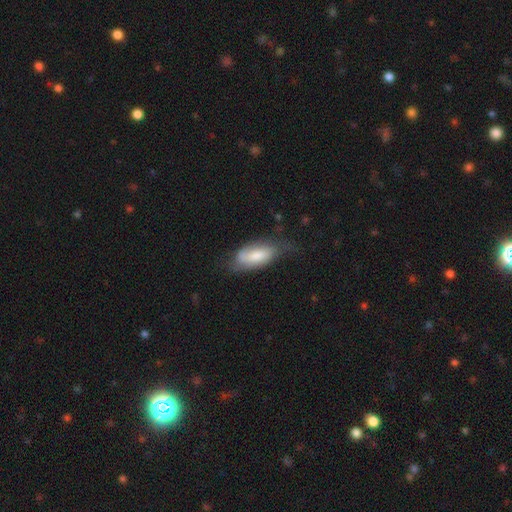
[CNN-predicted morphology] Q: Smooth or featured?
A: smooth (65%); runner-up: featured or disk (29%)
Q: How rounded?
A: in between (87%); runner-up: cigar-shaped (10%)
Q: Merging?
A: none (49%); runner-up: minor disturbance (34%)